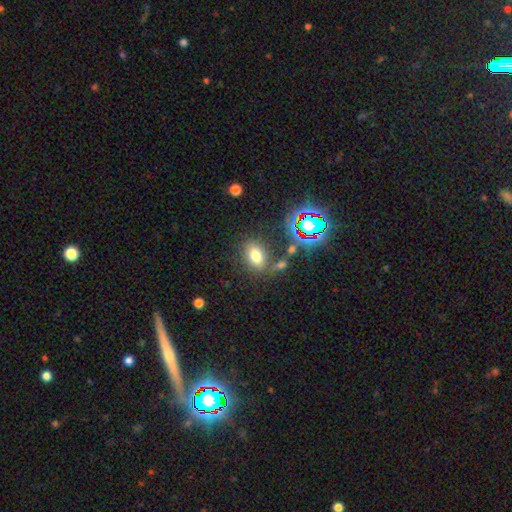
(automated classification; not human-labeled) smooth-or-featured: smooth: 70% | star or artifact: 18% | featured or disk: 11%
  how-rounded: in between: 77% | round: 21% | cigar-shaped: 3%
  merging: none: 75% | minor disturbance: 12% | merger: 8% | major disturbance: 5%